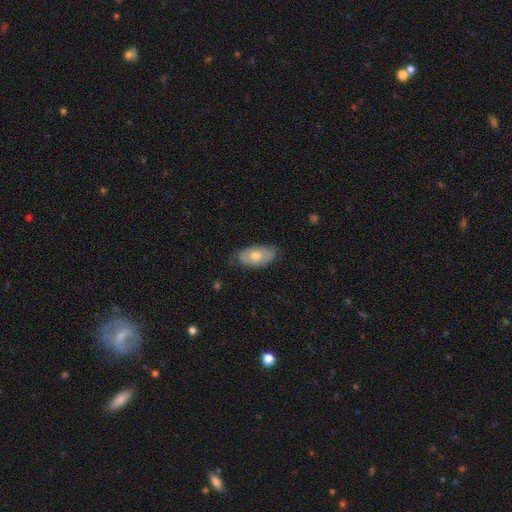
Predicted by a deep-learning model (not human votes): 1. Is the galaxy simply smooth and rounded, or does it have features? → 62% smooth, 32% featured or disk, 6% star or artifact.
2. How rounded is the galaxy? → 93% in between, 5% round, 3% cigar-shaped.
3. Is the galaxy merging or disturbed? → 73% none, 21% minor disturbance, 4% major disturbance, 1% merger.